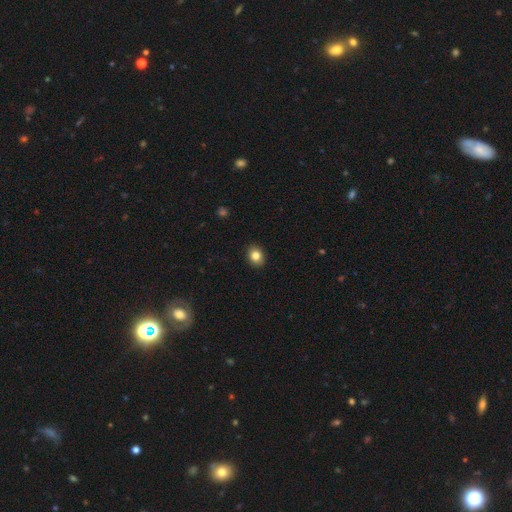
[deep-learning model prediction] A smooth galaxy with no disk features (83%) that is in between round and cigar-shaped (54%).

Vote fractions:
- Smooth or featured? smooth: 83% / star or artifact: 10% / featured or disk: 8%
- How rounded? in between: 54% / round: 45% / cigar-shaped: 1%
- Merging? none: 90% / minor disturbance: 7% / major disturbance: 2% / merger: 1%